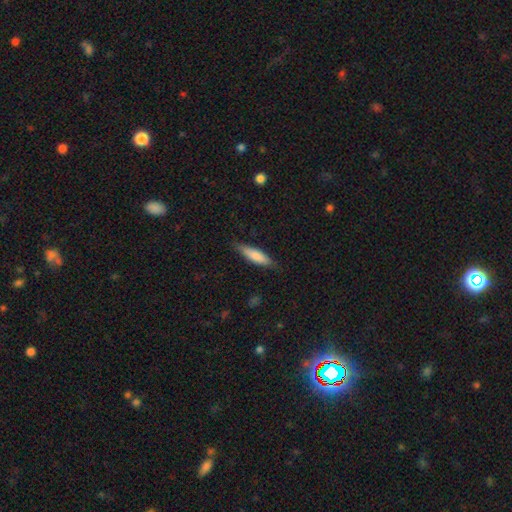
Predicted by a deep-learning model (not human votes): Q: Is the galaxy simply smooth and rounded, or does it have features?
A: smooth — 76%.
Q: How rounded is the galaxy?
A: cigar-shaped — 70%.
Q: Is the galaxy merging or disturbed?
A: none — 82%.